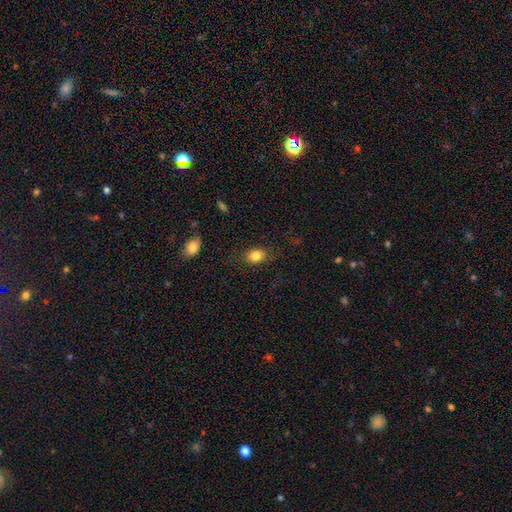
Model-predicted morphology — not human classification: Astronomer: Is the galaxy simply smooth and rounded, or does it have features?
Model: smooth — 83%.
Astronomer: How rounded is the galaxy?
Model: in between — 64%.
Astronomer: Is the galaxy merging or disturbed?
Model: none — 79%.